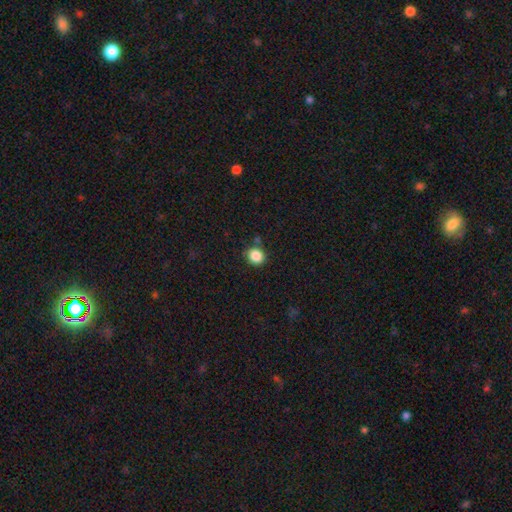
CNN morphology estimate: type=smooth (87%); roundness=round (78%); merging=none (81%).